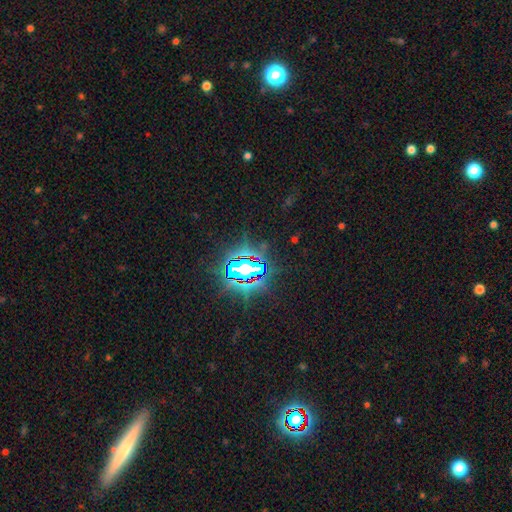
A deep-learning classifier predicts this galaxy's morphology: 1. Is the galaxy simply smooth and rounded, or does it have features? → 81% star or artifact, 10% smooth, 9% featured or disk.